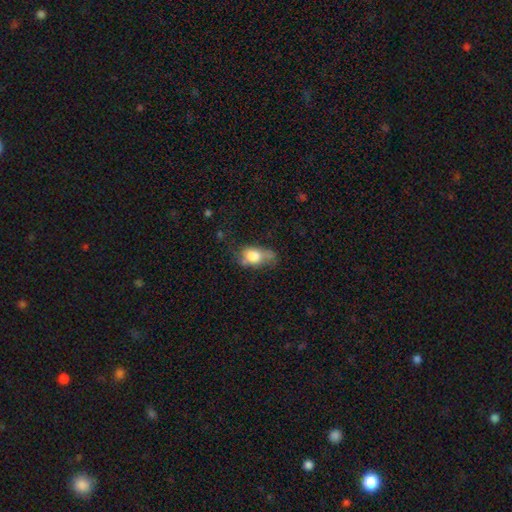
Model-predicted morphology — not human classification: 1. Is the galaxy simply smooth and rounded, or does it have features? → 74% smooth, 18% featured or disk, 8% star or artifact.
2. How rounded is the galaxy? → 83% in between, 13% round, 4% cigar-shaped.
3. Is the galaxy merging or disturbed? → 36% minor disturbance, 35% none, 22% major disturbance, 8% merger.